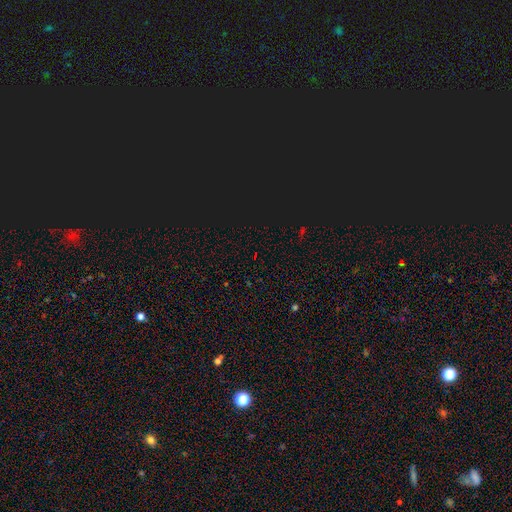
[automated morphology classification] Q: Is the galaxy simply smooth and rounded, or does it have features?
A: star or artifact — 77%.